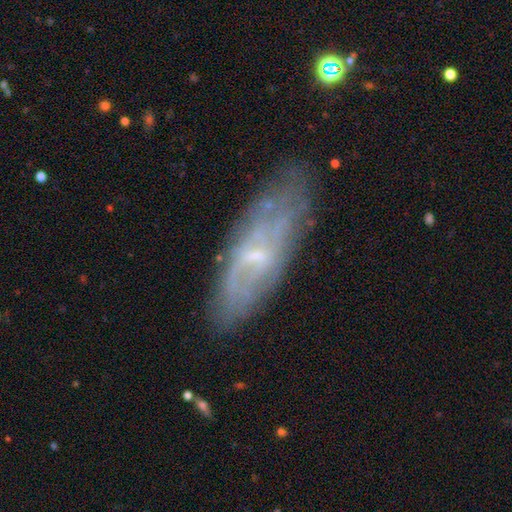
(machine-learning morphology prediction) The model was most divided on "smooth or featured": featured or disk: 63%, smooth: 28%, star or artifact: 9%. More confident: edge-on disk — no (77%); merging — none (73%).